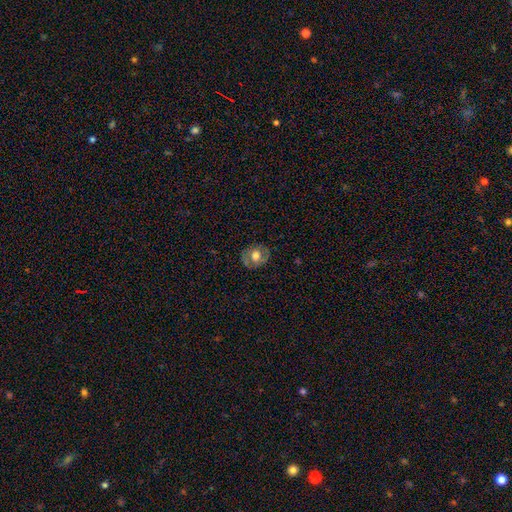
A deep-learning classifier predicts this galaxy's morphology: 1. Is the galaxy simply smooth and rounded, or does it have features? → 56% smooth, 35% featured or disk, 8% star or artifact.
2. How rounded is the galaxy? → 64% round, 35% in between, 1% cigar-shaped.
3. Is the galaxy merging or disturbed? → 77% none, 17% minor disturbance, 5% major disturbance, 1% merger.